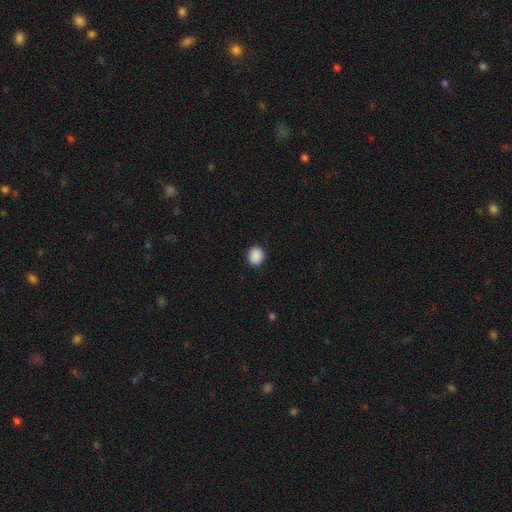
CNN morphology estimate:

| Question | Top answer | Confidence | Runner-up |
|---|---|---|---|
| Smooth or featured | smooth | 89% | star or artifact (8%) |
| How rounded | round | 76% | in between (23%) |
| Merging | none | 91% | minor disturbance (6%) |